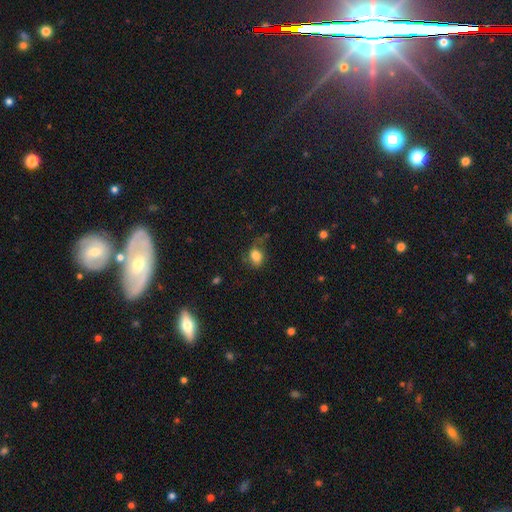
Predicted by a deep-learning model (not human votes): Q: Smooth or featured?
A: smooth (81%); runner-up: featured or disk (10%)
Q: How rounded?
A: in between (65%); runner-up: round (34%)
Q: Merging?
A: none (54%); runner-up: minor disturbance (29%)